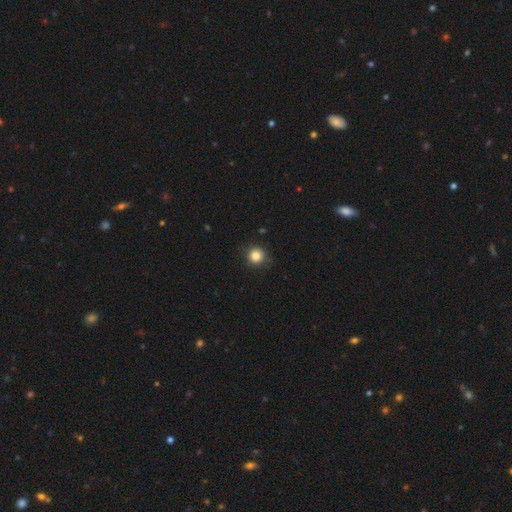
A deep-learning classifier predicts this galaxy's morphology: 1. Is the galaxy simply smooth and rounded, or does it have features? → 84% smooth, 11% star or artifact, 5% featured or disk.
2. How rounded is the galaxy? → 91% round, 8% in between, 1% cigar-shaped.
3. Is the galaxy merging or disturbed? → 82% none, 14% minor disturbance, 3% major disturbance, 1% merger.